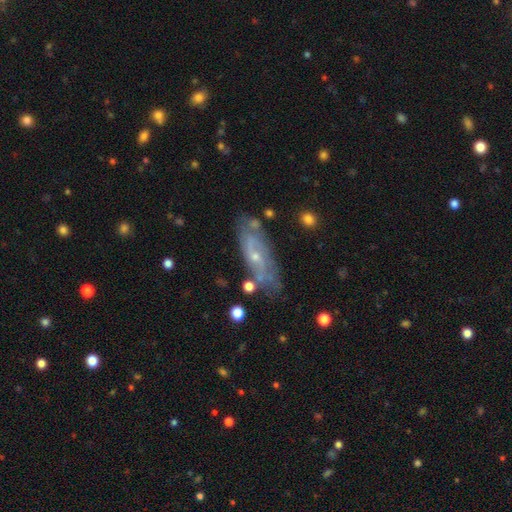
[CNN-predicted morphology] featured or disk 69%, smooth 23%, star or artifact 8%. Down the decision tree: edge-on disk — no (80%); bar — no (60%); spiral arms — yes (78%); bulge size — small (68%); merging — none (69%).